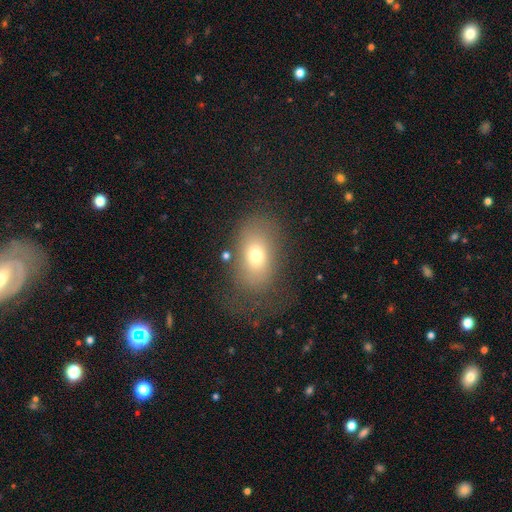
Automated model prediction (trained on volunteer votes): smooth 68%, featured or disk 19%, star or artifact 13%. Down the decision tree: how rounded — in between (79%); merging — none (56%).